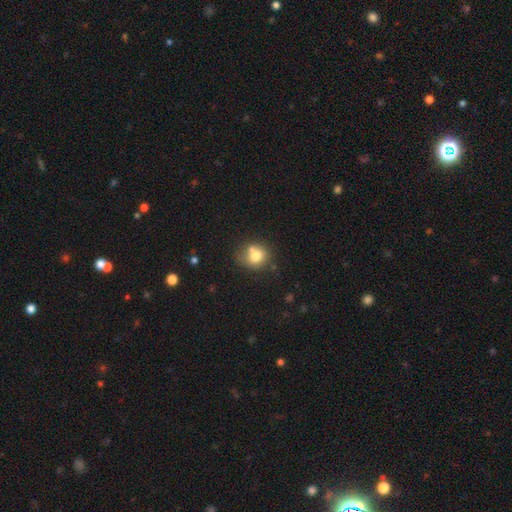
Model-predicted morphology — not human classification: smooth_or_featured: smooth (p=0.74) [alt: featured or disk p=0.15]
how_rounded: round (p=0.75) [alt: in between p=0.24]
merging: none (p=0.51) [alt: merger p=0.28]